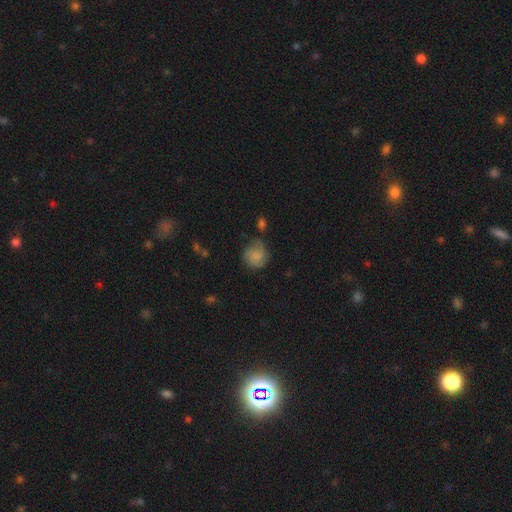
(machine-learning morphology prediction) A smooth galaxy with no disk features (58%) that is round (79%). Merging: none (57%).